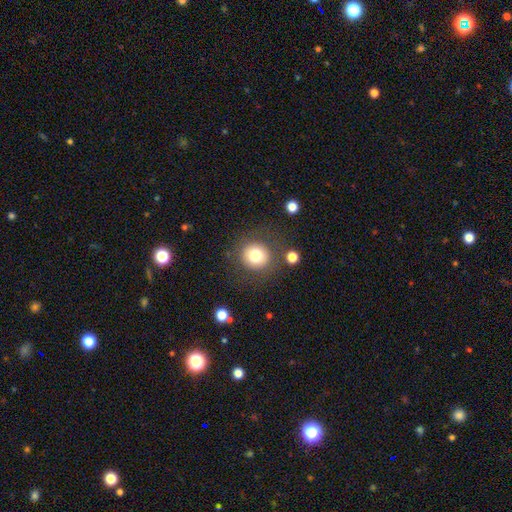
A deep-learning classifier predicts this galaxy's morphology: Smooth or featured: smooth — 77% (star or artifact — 12%)
How rounded: round — 90% (in between — 9%)
Merging: none — 82% (minor disturbance — 9%)